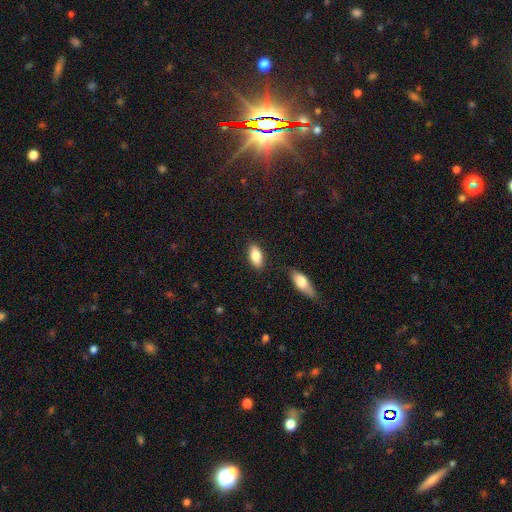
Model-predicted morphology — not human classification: Smooth or featured? smooth (83%)
How rounded? in between (89%)
Merging? none (84%)